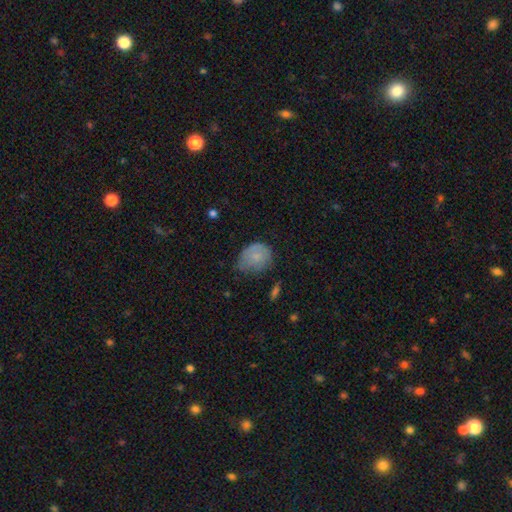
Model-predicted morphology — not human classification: Q: Smooth or featured?
A: smooth (72%); runner-up: featured or disk (20%)
Q: How rounded?
A: round (59%); runner-up: in between (40%)
Q: Merging?
A: none (43%); runner-up: minor disturbance (42%)